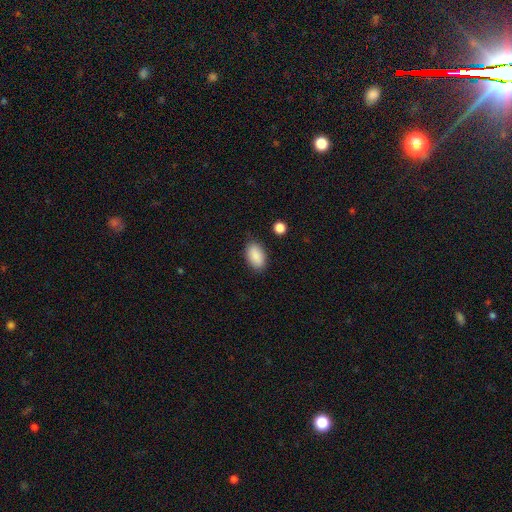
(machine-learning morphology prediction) Q: Smooth or featured?
A: smooth (89%); runner-up: star or artifact (7%)
Q: How rounded?
A: in between (93%); runner-up: round (5%)
Q: Merging?
A: none (85%); runner-up: minor disturbance (11%)